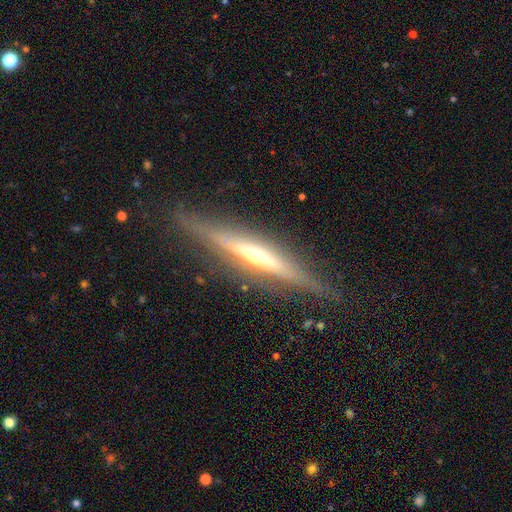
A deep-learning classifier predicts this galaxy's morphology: smooth-or-featured: featured or disk: 81% | smooth: 13% | star or artifact: 6%
  disk-edge-on: yes: 97% | no: 3%
    edge-on-bulge: rounded: 75% | none: 18% | boxy: 7%
  merging: none: 87% | minor disturbance: 10% | major disturbance: 2% | merger: 1%